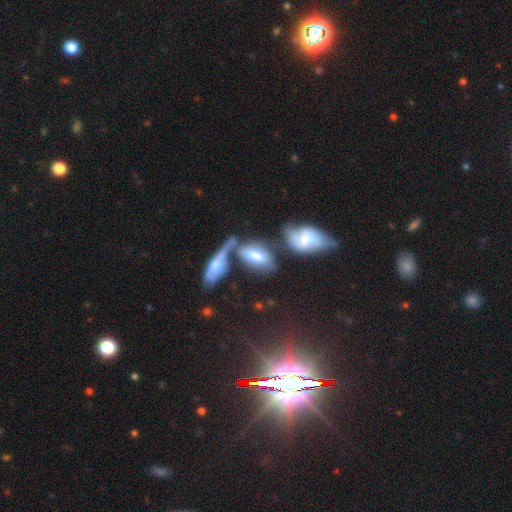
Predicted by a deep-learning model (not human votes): This appears to be a smooth galaxy with no disk features (60%) that is in between round and cigar-shaped (88%). Merging: merger (38%).